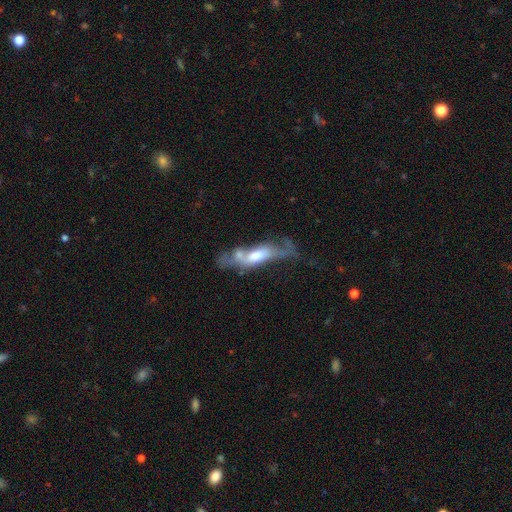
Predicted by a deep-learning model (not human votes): smooth_or_featured: featured or disk (p=0.55) [alt: smooth p=0.38]
disk_edge_on: no (p=0.65) [alt: yes p=0.35]
merging: major disturbance (p=0.28) [alt: merger p=0.27]